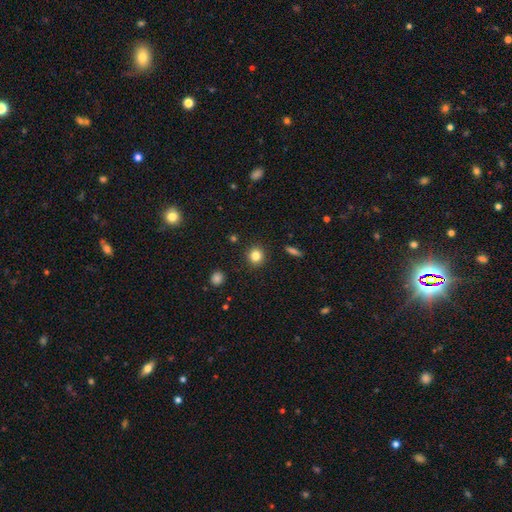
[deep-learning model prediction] smooth_or_featured: smooth (p=0.83) [alt: star or artifact p=0.11]
how_rounded: round (p=0.91) [alt: in between p=0.08]
merging: none (p=0.91) [alt: minor disturbance p=0.05]